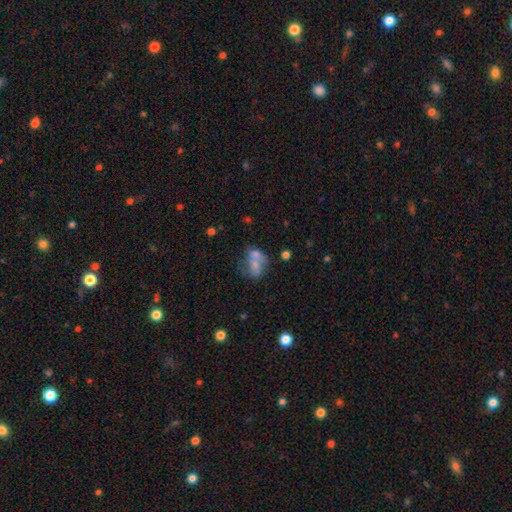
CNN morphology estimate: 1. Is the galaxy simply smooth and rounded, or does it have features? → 55% smooth, 33% featured or disk, 12% star or artifact.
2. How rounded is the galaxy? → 67% in between, 31% round, 2% cigar-shaped.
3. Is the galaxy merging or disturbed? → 51% merger, 26% none, 12% minor disturbance, 11% major disturbance.